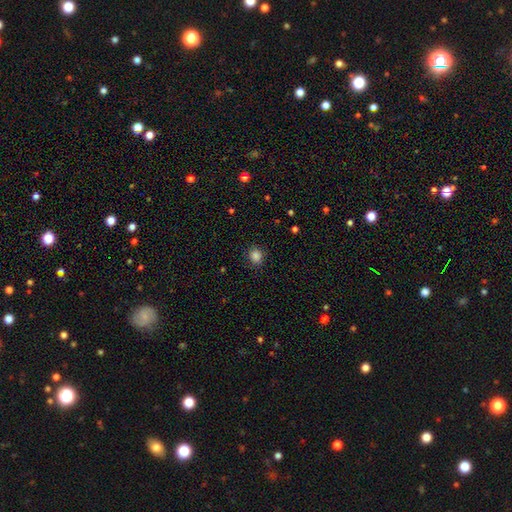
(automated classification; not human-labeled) This appears to be a smooth galaxy with no disk features (85%) that is round (80%). Merging: none (88%).